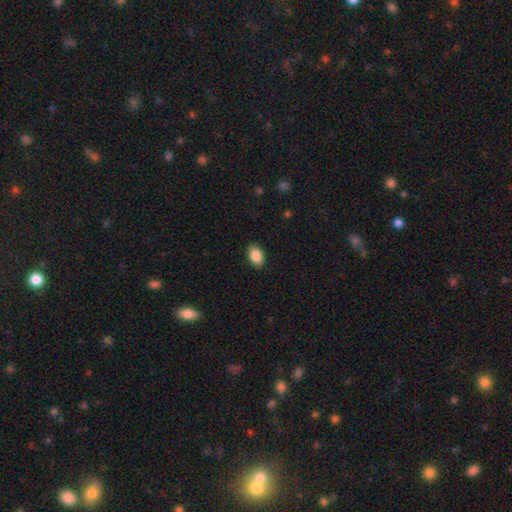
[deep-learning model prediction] The model was most divided on "how rounded": in between: 89%, round: 10%, cigar-shaped: 1%. More confident: merging — none (89%); smooth or featured — smooth (88%).